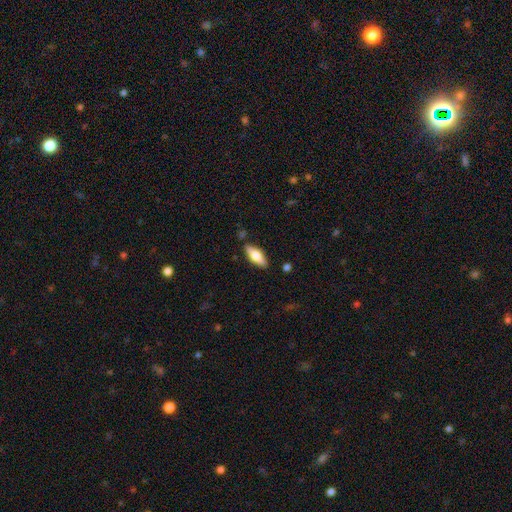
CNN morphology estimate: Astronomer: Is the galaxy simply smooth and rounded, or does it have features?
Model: smooth — 58% (runner-up: featured or disk, 36%).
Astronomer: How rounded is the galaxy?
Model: in between — 70%.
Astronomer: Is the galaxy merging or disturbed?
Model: none — 84%.